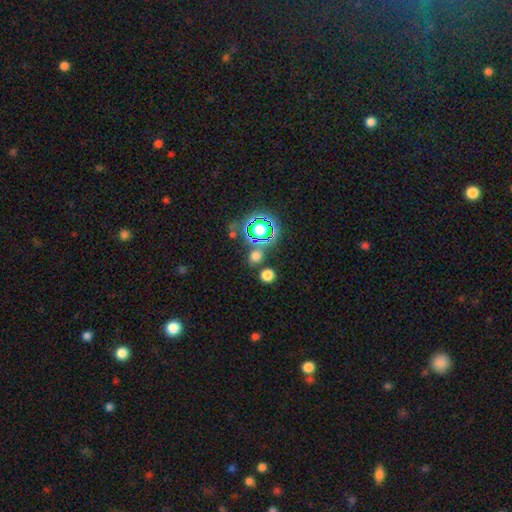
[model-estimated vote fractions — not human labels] This appears to be a smooth galaxy with no disk features (64%) that is round (78%). Merging: none (76%).